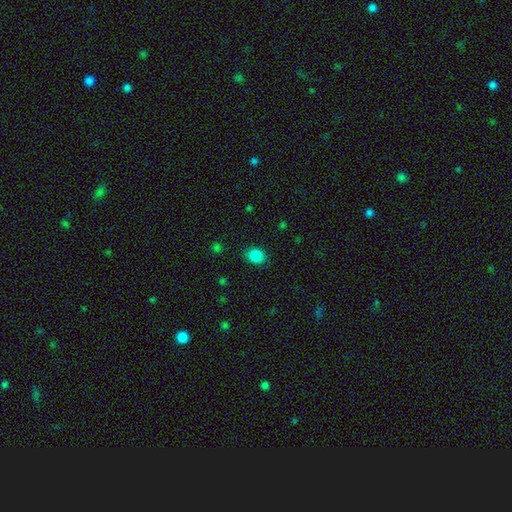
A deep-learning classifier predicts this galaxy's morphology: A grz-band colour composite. It shows a smooth galaxy with no disk features (86%) that is round (58%). Merging: none (86%).